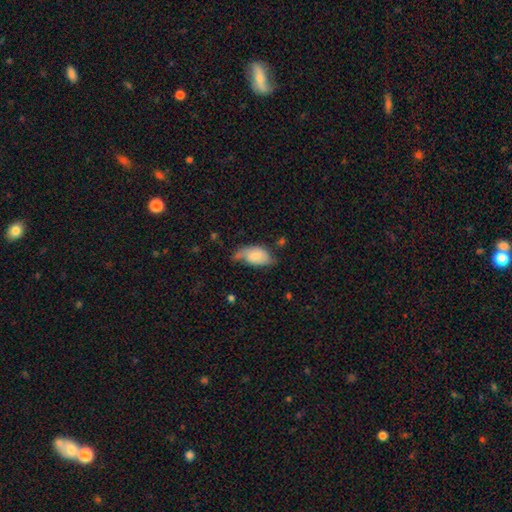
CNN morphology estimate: Smooth or featured? smooth (66%)
How rounded? in between (93%)
Merging? minor disturbance (40%)